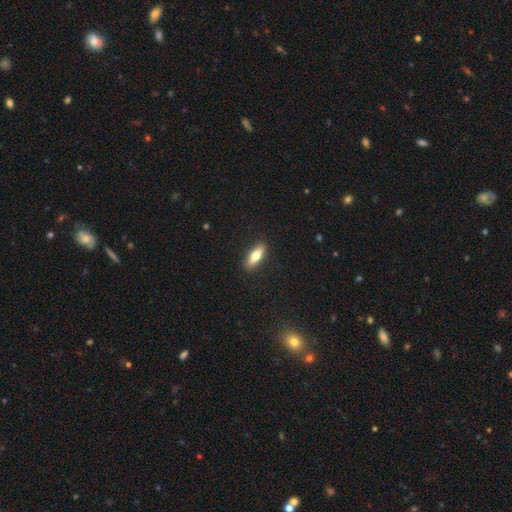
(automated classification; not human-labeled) Smooth or featured? smooth (70%)
How rounded? in between (55%)
Merging? none (89%)